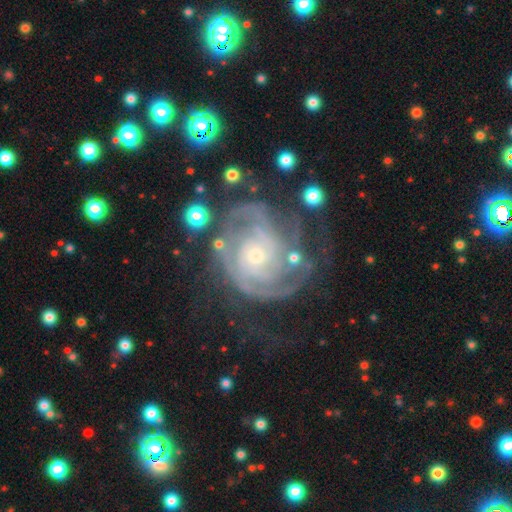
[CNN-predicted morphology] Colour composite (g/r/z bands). It shows a featured or disk galaxy (91%) with no bar (74%), 2 (32%) tight (72%) spiral arms (98%) and a small central bulge (57%). Merging: none (62%).